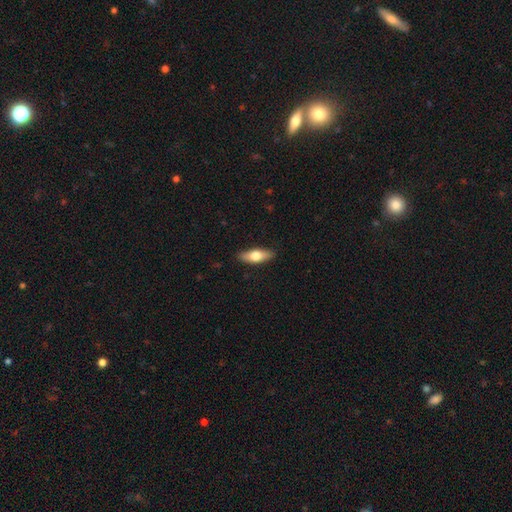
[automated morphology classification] Smooth or featured: smooth — 65% (featured or disk — 29%)
How rounded: in between — 64% (cigar-shaped — 33%)
Merging: none — 89% (minor disturbance — 9%)